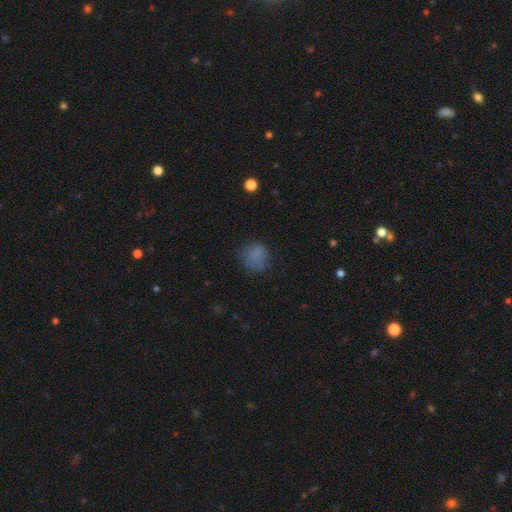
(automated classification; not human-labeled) Morphology: type=smooth (71%); roundness=round (76%); merging=none (59%).